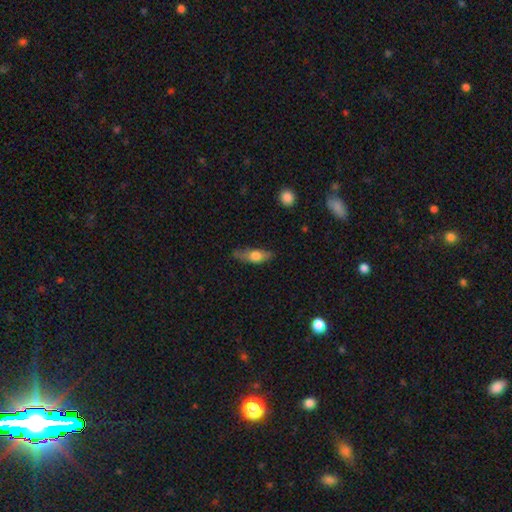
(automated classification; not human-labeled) Smooth or featured? smooth (62%)
How rounded? in between (61%)
Merging? none (66%)